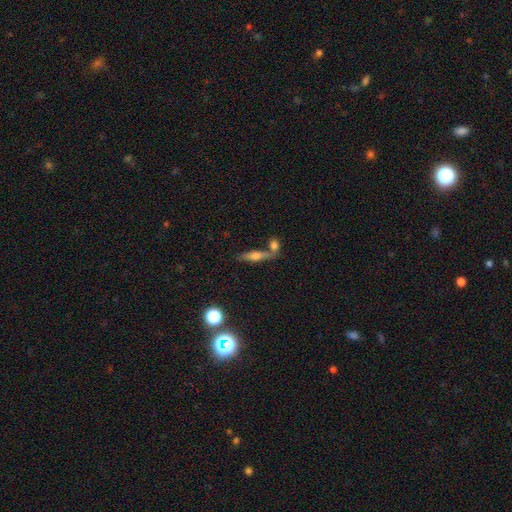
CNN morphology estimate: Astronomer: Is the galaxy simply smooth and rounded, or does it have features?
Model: featured or disk — 50% (runner-up: smooth, 38%).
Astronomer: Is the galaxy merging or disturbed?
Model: none — 63%.